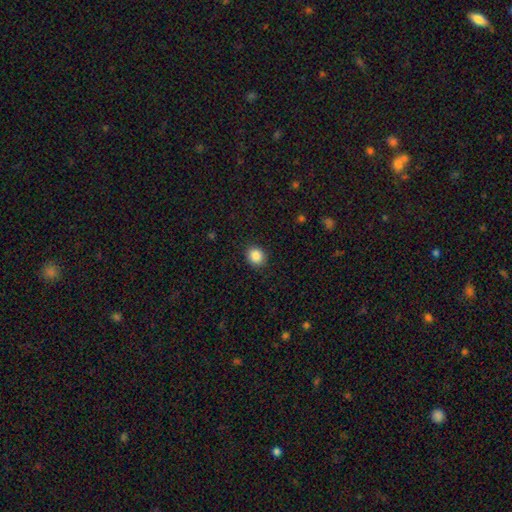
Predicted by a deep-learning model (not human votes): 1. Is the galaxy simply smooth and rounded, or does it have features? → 87% smooth, 10% star or artifact, 4% featured or disk.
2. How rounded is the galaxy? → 79% round, 20% in between, 1% cigar-shaped.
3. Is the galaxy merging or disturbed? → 90% none, 7% minor disturbance, 2% major disturbance, 1% merger.